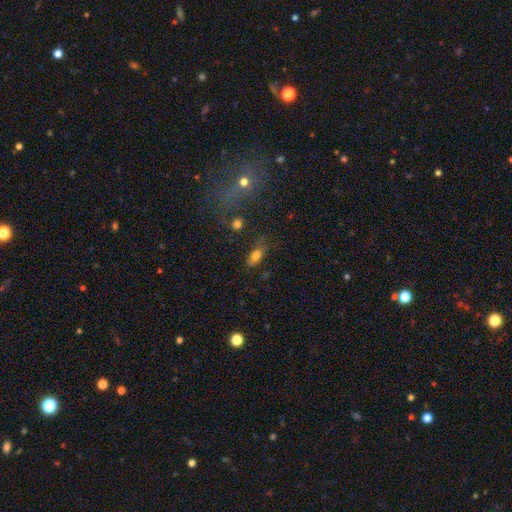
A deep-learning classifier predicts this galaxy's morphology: This appears to be a smooth galaxy with no disk features (75%) that is in between round and cigar-shaped (82%). Merging: none (63%).